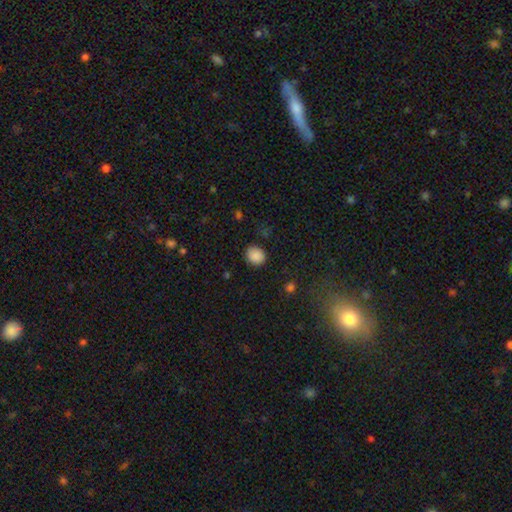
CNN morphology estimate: A smooth galaxy with no disk features (88%) that is round (71%).

Vote fractions:
- Smooth or featured? smooth: 88% / star or artifact: 9% / featured or disk: 3%
- How rounded? round: 71% / in between: 28% / cigar-shaped: 1%
- Merging? none: 84% / minor disturbance: 11% / major disturbance: 3% / merger: 1%